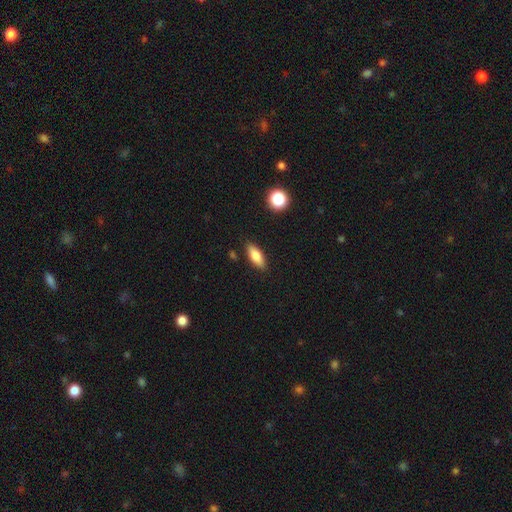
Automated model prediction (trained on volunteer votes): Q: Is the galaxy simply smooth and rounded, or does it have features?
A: smooth — 78%.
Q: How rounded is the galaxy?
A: in between — 73%.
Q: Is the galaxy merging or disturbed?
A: none — 86%.